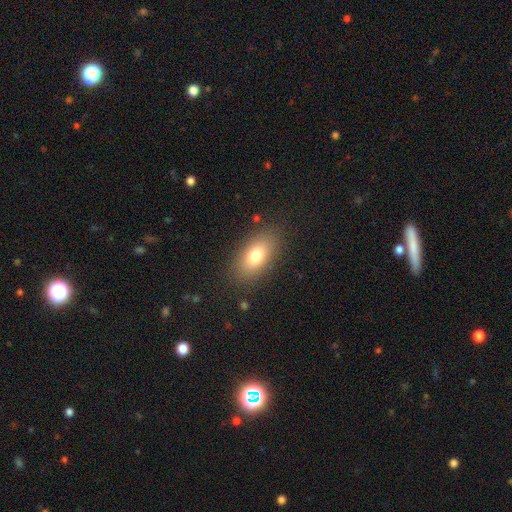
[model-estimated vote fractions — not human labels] Overall: smooth (77%). How rounded: in between (89%). Merging: none (84%).